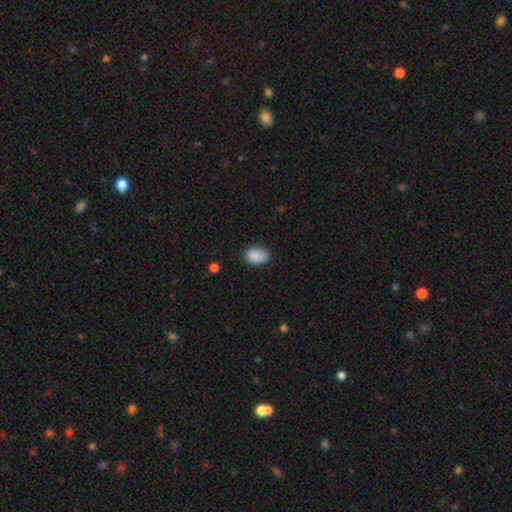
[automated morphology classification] Overall: smooth (87%). How rounded: in between (83%). Merging: none (73%).